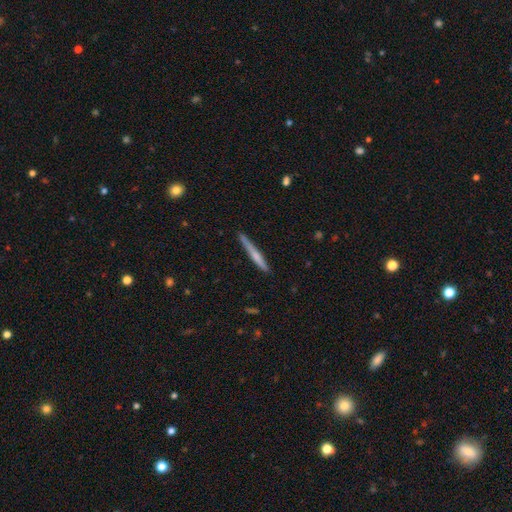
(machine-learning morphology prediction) smooth-or-featured: smooth: 51% | featured or disk: 43% | star or artifact: 6%
  how-rounded: cigar-shaped: 96% | in between: 3% | round: 1%
  merging: none: 86% | minor disturbance: 11% | major disturbance: 2% | merger: 2%